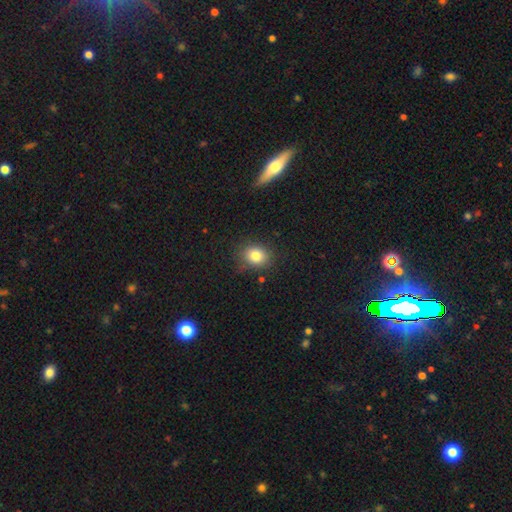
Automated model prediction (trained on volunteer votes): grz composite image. It shows a smooth galaxy with no disk features (81%) that is round (56%). Merging: none (81%).